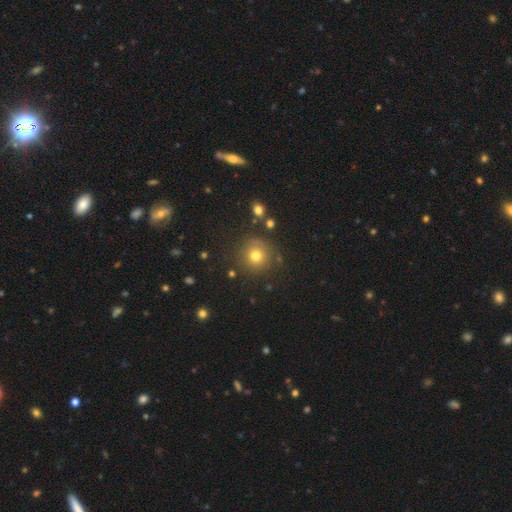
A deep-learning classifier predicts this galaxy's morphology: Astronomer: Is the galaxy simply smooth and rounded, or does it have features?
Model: smooth — 74%.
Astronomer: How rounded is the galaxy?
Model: round — 93%.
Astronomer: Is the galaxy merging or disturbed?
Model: none — 82%.